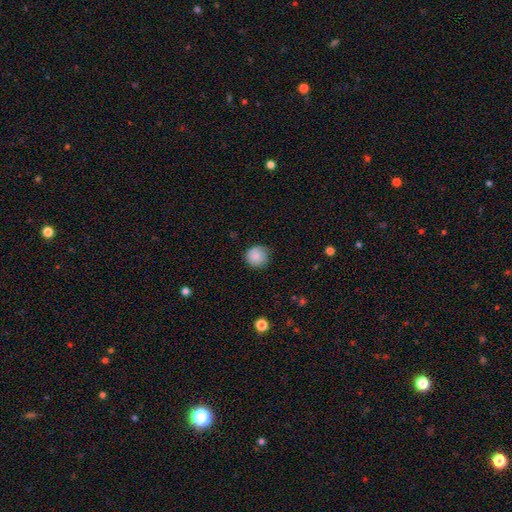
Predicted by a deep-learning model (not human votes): A smooth galaxy with no disk features (87%) that is round (93%). Merging: none (80%).